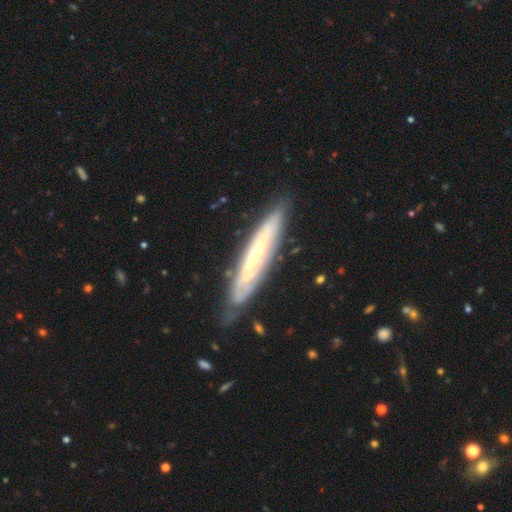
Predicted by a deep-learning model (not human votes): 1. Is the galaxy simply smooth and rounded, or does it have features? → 64% featured or disk, 30% smooth, 6% star or artifact.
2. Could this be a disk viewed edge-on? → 62% yes, 38% no.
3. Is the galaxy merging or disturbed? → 78% none, 17% minor disturbance, 4% major disturbance, 2% merger.